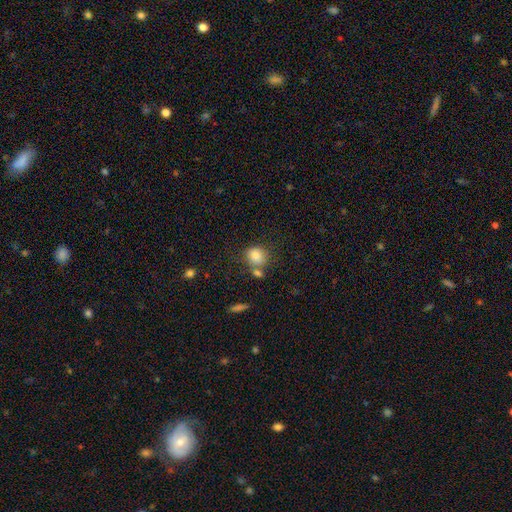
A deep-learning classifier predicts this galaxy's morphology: Smooth or featured?
  - smooth: 83% *
  - star or artifact: 9%
  - featured or disk: 7%
How rounded?
  - round: 62% *
  - in between: 37%
  - cigar-shaped: 1%
Merging?
  - none: 56% *
  - merger: 24%
  - minor disturbance: 15%
  - major disturbance: 6%